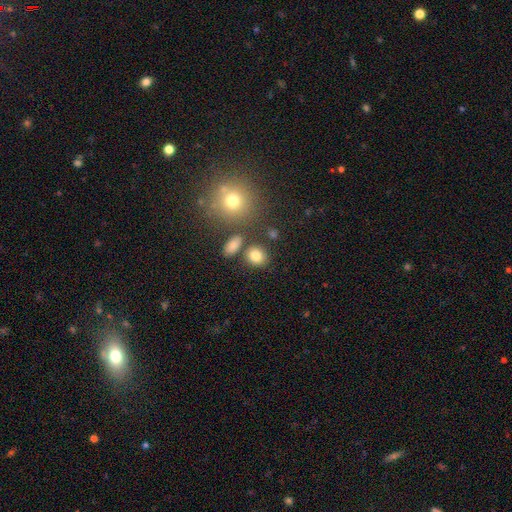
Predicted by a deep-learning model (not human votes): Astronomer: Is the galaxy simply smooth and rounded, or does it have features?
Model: smooth — 81%.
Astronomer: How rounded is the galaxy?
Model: round — 71%.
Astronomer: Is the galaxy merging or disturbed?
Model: none — 77%.